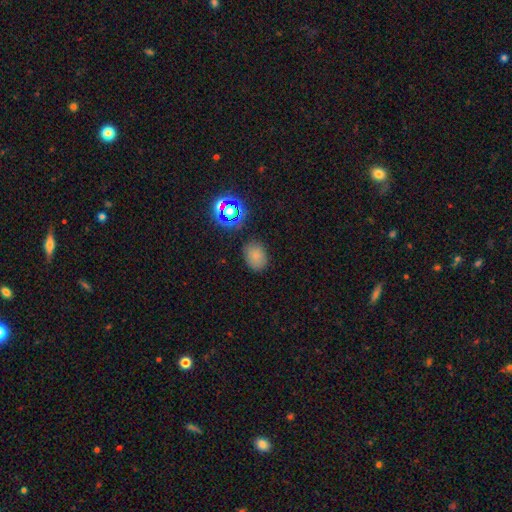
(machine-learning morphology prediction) The model was most divided on "how rounded": in between: 63%, round: 36%, cigar-shaped: 1%. More confident: merging — none (81%); smooth or featured — smooth (75%).